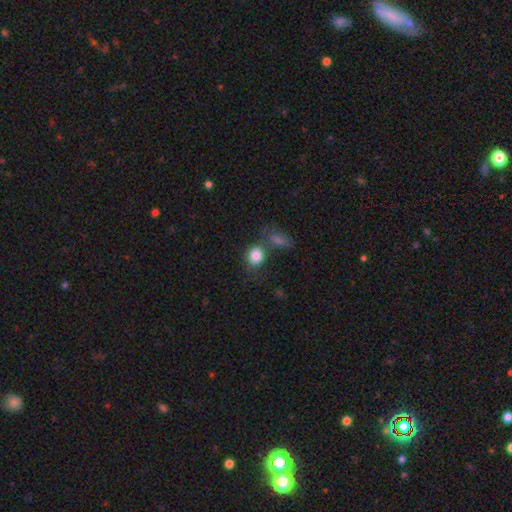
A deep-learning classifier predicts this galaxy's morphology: This appears to be a smooth galaxy with no disk features (84%) that is round (59%). Merging: none (57%).